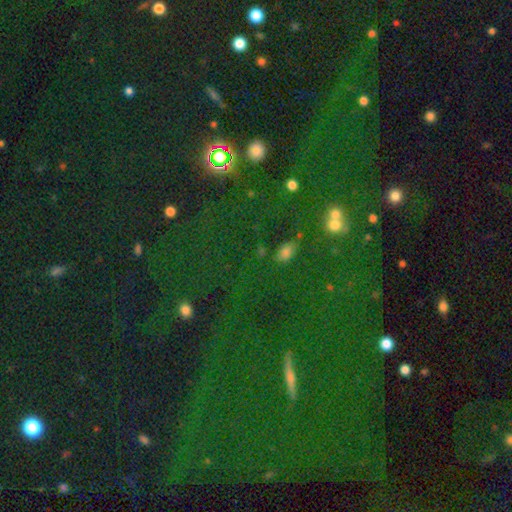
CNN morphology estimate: Smooth or featured?
  - star or artifact: 77% *
  - smooth: 14%
  - featured or disk: 9%